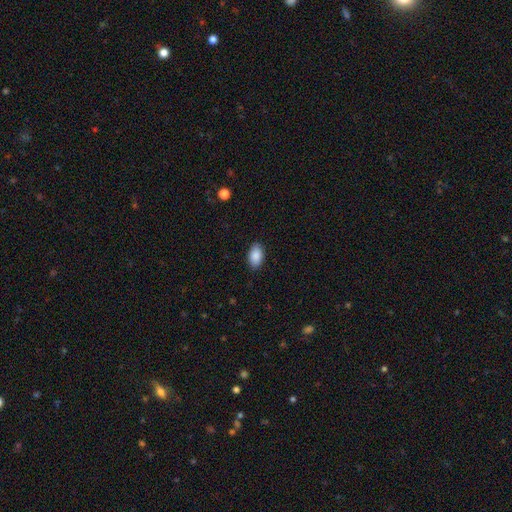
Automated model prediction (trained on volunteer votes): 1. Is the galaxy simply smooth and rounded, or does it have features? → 89% smooth, 7% star or artifact, 4% featured or disk.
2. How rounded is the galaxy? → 93% in between, 5% round, 2% cigar-shaped.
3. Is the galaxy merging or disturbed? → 88% none, 9% minor disturbance, 2% major disturbance, 1% merger.